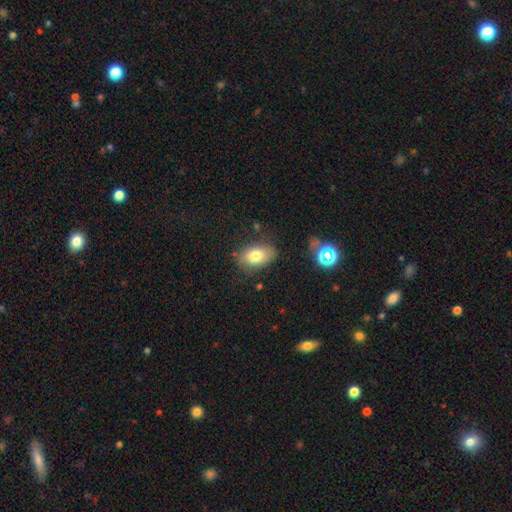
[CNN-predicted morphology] Smooth or featured? smooth (77%)
How rounded? in between (86%)
Merging? none (76%)